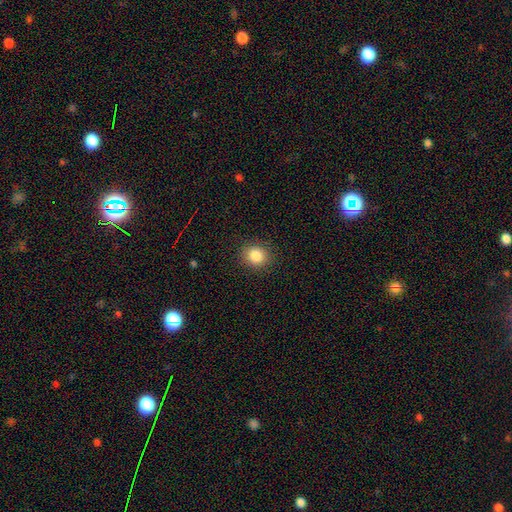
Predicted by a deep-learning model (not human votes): A smooth galaxy with no disk features (85%) that is round (78%).

Vote fractions:
- Smooth or featured? smooth: 85% / star or artifact: 10% / featured or disk: 5%
- How rounded? round: 78% / in between: 21% / cigar-shaped: 1%
- Merging? none: 89% / minor disturbance: 7% / major disturbance: 3% / merger: 1%